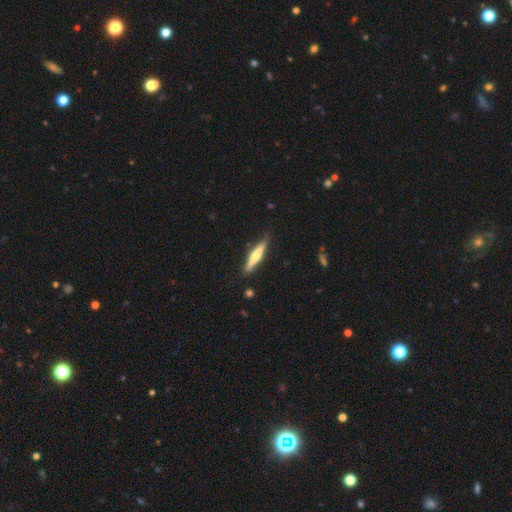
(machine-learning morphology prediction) smooth_or_featured: smooth (p=0.51) [alt: featured or disk p=0.44]
how_rounded: cigar-shaped (p=0.87) [alt: in between p=0.11]
merging: none (p=0.86) [alt: minor disturbance p=0.11]